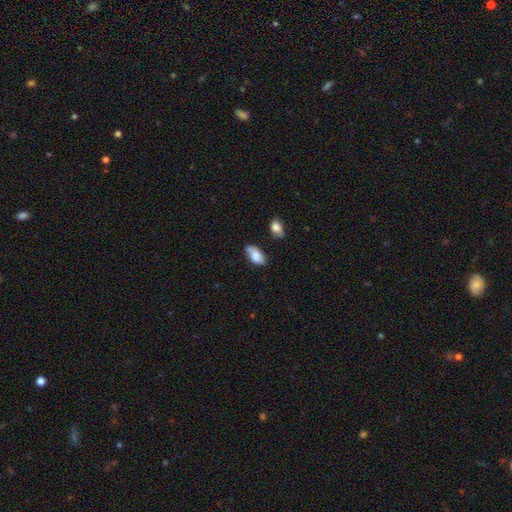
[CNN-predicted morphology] A smooth galaxy with no disk features (78%) that is in between round and cigar-shaped (93%). Merging: none (60%).